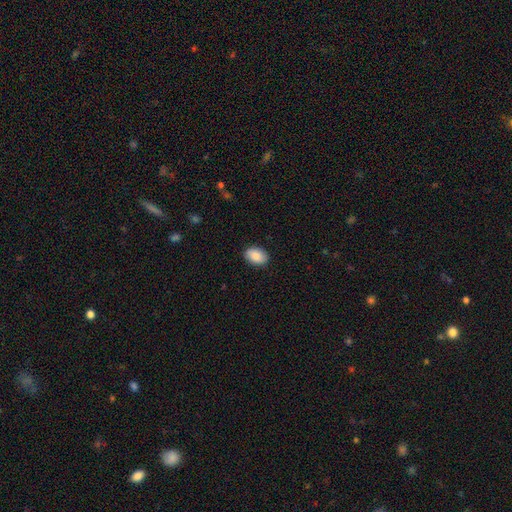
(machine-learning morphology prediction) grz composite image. It shows a smooth galaxy with no disk features (89%) that is in between round and cigar-shaped (87%). Merging: none (88%).